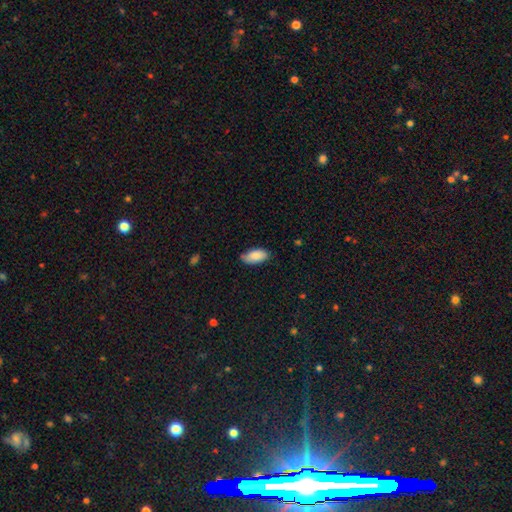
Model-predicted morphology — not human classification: smooth-or-featured: smooth: 85% | featured or disk: 9% | star or artifact: 6%
  how-rounded: in between: 94% | cigar-shaped: 4% | round: 2%
  merging: none: 72% | minor disturbance: 23% | major disturbance: 3% | merger: 2%